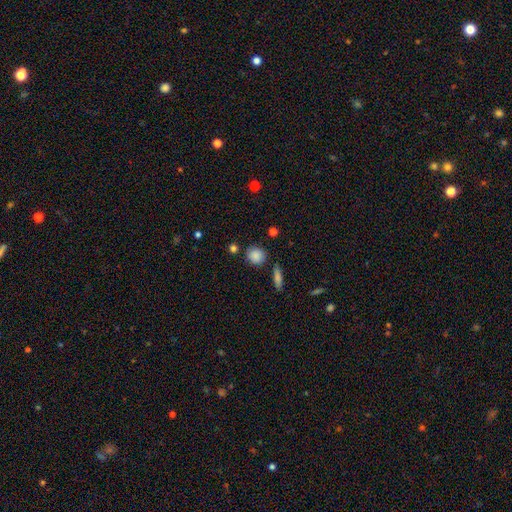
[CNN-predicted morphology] smooth 86%, star or artifact 9%, featured or disk 5%. Down the decision tree: how rounded — round (82%); merging — none (79%).